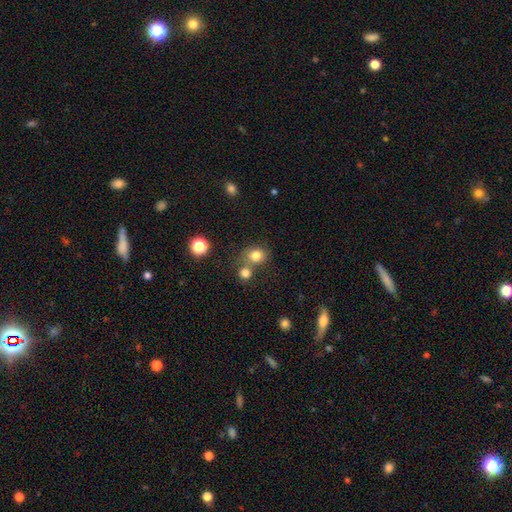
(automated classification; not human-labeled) Morphology: type=smooth (80%); roundness=round (73%); merging=none (57%).